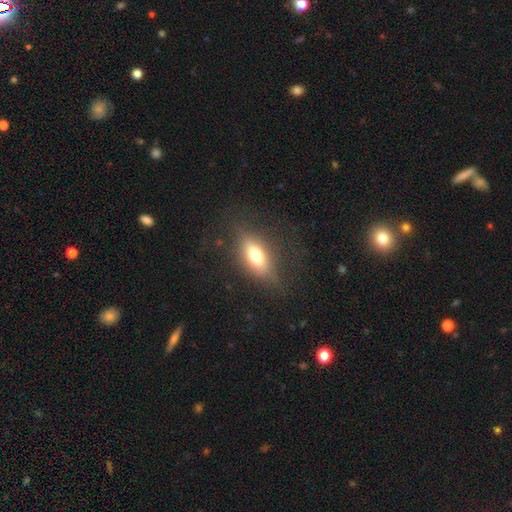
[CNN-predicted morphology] The model was most divided on "smooth or featured": smooth: 62%, featured or disk: 29%, star or artifact: 9%. More confident: how rounded — in between (74%); merging — none (72%).